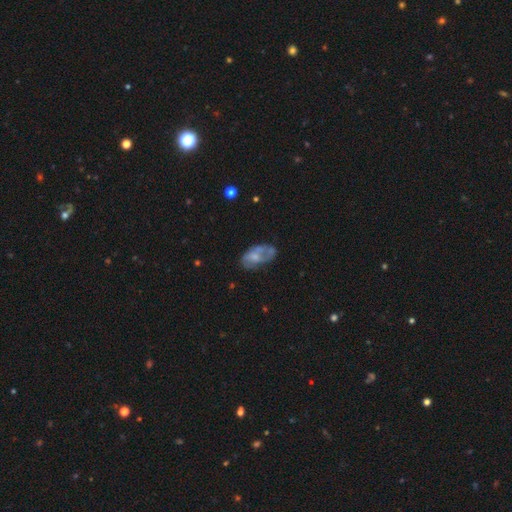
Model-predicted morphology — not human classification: This is possibly a featured or disk galaxy (52%). It is clearly not viewed edge-on (95%). Merging: marginally none (44%).